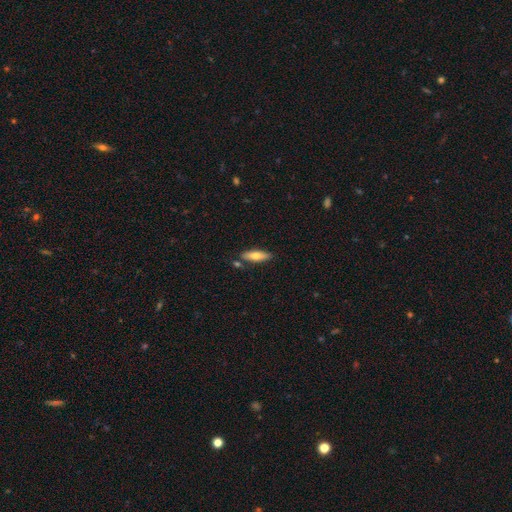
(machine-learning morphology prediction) A smooth galaxy with no disk features (67%) that is cigar-shaped (57%). Merging: none (79%).